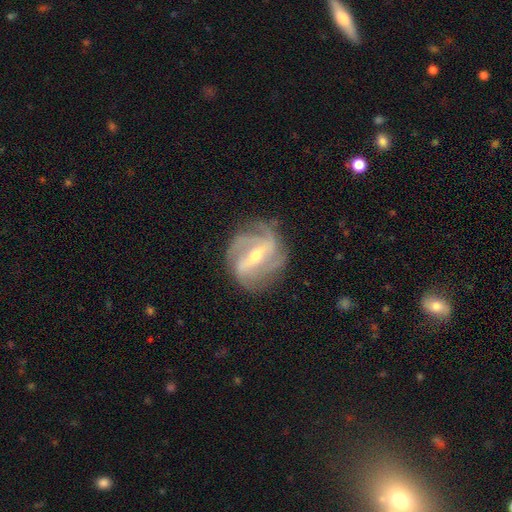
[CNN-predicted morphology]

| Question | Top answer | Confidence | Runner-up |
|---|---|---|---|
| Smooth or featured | featured or disk | 87% | smooth (7%) |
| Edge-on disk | no | 95% | yes (5%) |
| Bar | strong | 60% | weak (31%) |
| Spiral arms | yes | 95% | no (5%) |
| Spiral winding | medium | 44% | tight (37%) |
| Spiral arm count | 3 | 38% | 2 (20%) |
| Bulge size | moderate | 56% | small (40%) |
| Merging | none | 74% | minor disturbance (17%) |